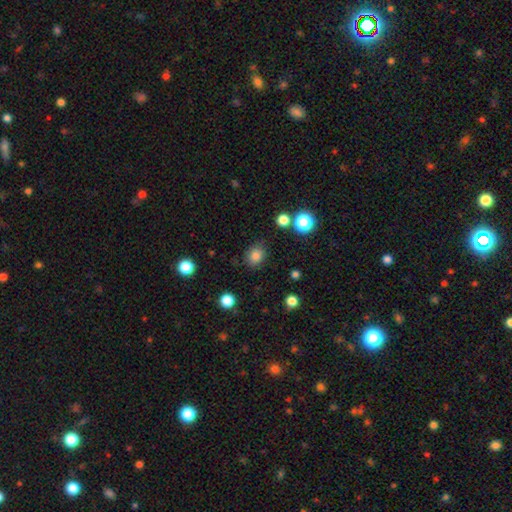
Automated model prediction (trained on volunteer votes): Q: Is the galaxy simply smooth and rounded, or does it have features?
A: smooth — 82%.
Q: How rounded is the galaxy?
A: round — 58%.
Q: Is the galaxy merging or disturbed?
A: none — 81%.